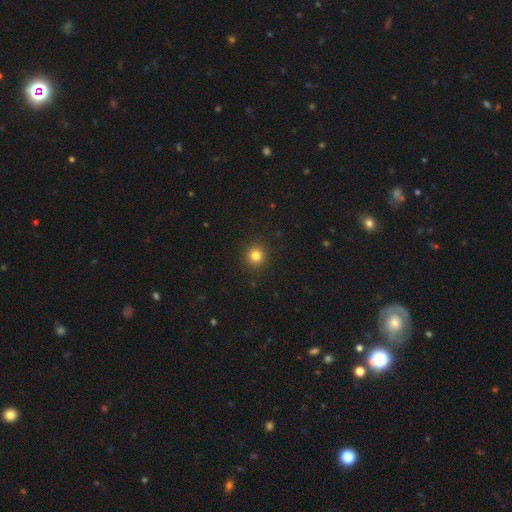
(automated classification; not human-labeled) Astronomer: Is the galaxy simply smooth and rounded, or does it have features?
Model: smooth — 82%.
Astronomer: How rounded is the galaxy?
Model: round — 93%.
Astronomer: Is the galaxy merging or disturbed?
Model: none — 93%.